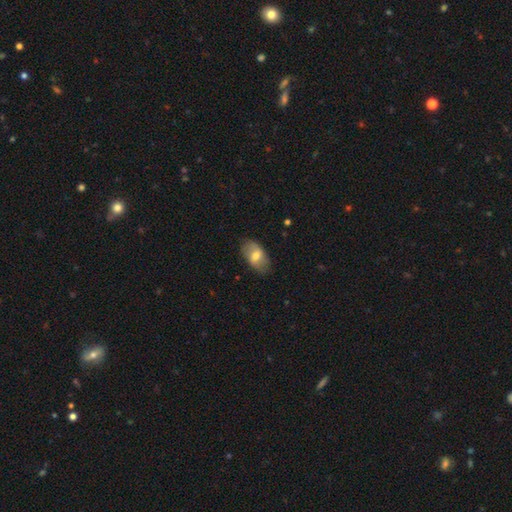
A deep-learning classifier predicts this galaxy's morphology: This appears to be a smooth galaxy with no disk features (63%) that is in between round and cigar-shaped (92%). Merging: none (79%).